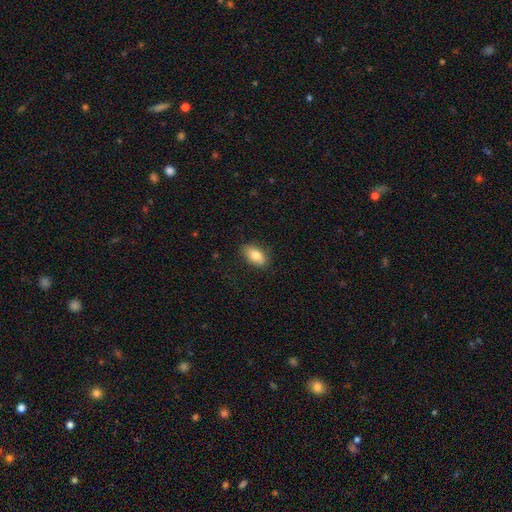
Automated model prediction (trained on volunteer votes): smooth_or_featured: smooth (p=0.80) [alt: featured or disk p=0.12]
how_rounded: in between (p=0.90) [alt: round p=0.07]
merging: none (p=0.82) [alt: minor disturbance p=0.14]